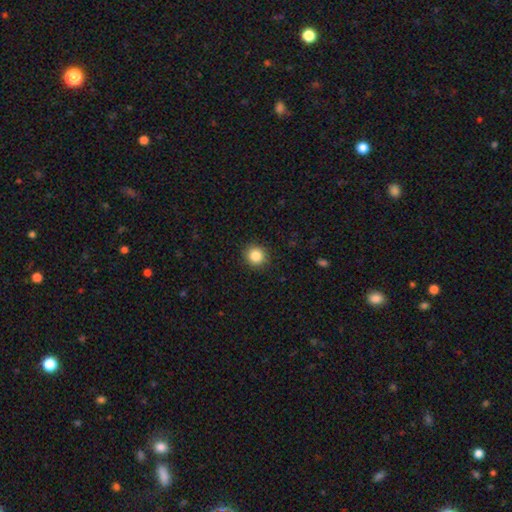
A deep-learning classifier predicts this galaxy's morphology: Smooth or featured?
  - smooth: 86% *
  - star or artifact: 10%
  - featured or disk: 4%
How rounded?
  - round: 90% *
  - in between: 9%
  - cigar-shaped: 1%
Merging?
  - none: 91% *
  - minor disturbance: 6%
  - major disturbance: 2%
  - merger: 1%